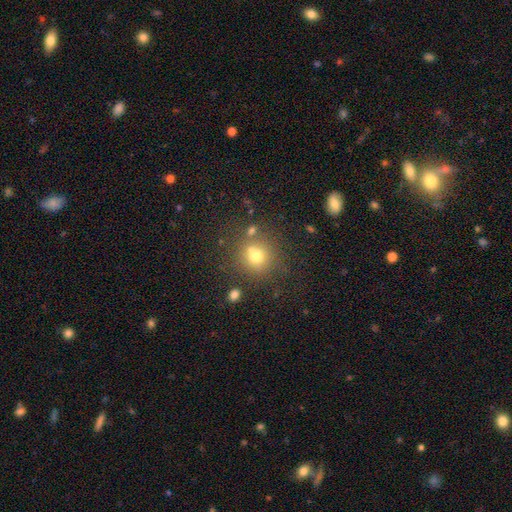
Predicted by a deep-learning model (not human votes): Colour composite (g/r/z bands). It shows a smooth galaxy with no disk features (68%) that is round (86%). Merging: none (65%).